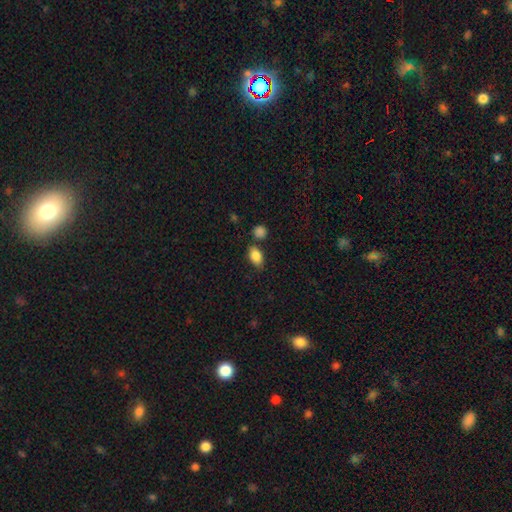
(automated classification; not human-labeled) Smooth or featured: smooth — 86% (star or artifact — 8%)
How rounded: in between — 86% (round — 11%)
Merging: none — 70% (minor disturbance — 17%)